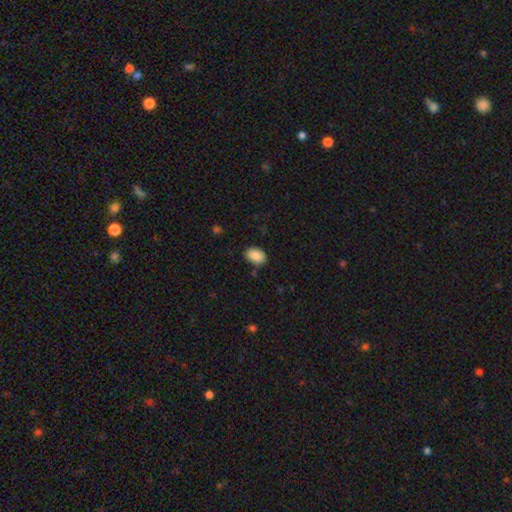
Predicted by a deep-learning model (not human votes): Morphology: type=smooth (89%); roundness=in between (85%); merging=none (81%).